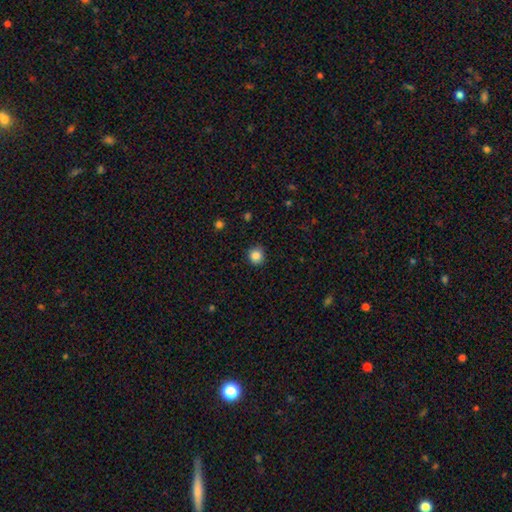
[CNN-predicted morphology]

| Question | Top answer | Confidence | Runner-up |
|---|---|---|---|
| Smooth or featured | smooth | 86% | star or artifact (11%) |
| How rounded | round | 91% | in between (8%) |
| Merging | none | 88% | minor disturbance (9%) |